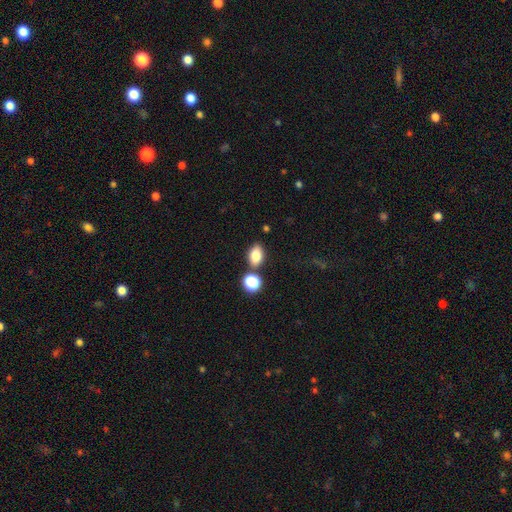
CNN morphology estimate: smooth 81%, star or artifact 11%, featured or disk 8%. Down the decision tree: how rounded — in between (81%); merging — none (73%).